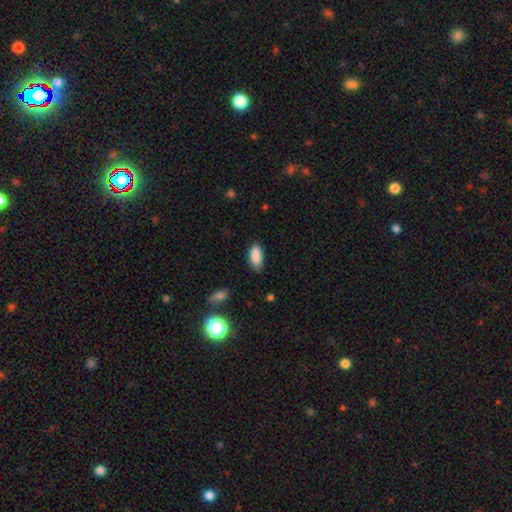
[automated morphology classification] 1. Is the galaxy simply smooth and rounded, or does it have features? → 88% smooth, 7% star or artifact, 4% featured or disk.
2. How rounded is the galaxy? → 87% in between, 11% cigar-shaped, 2% round.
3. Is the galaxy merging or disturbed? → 80% none, 16% minor disturbance, 3% major disturbance, 2% merger.